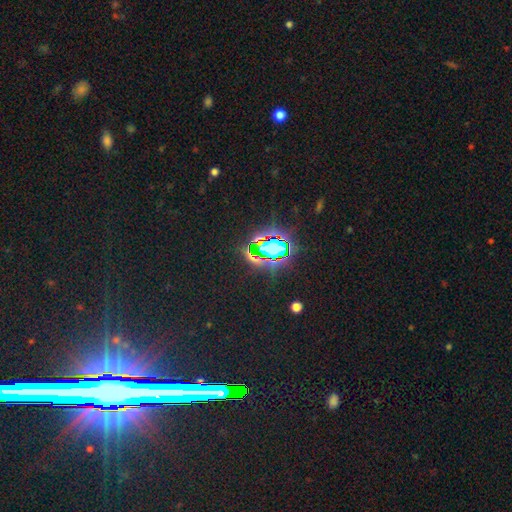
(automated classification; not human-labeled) A star or artifact, not a galaxy (75%).